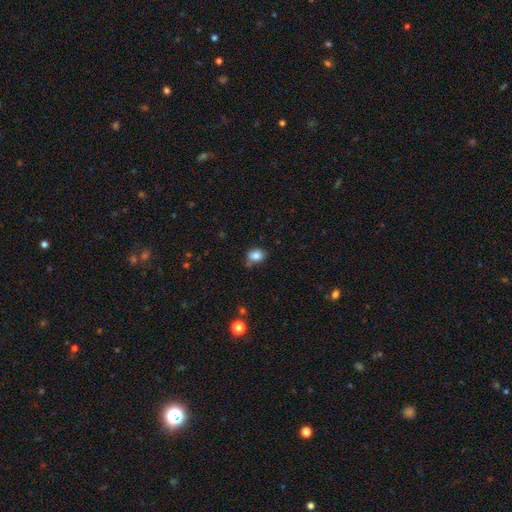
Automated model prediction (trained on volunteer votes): The model was most divided on "how rounded": in between: 51%, round: 48%, cigar-shaped: 1%. More confident: smooth or featured — smooth (83%); merging — none (64%).